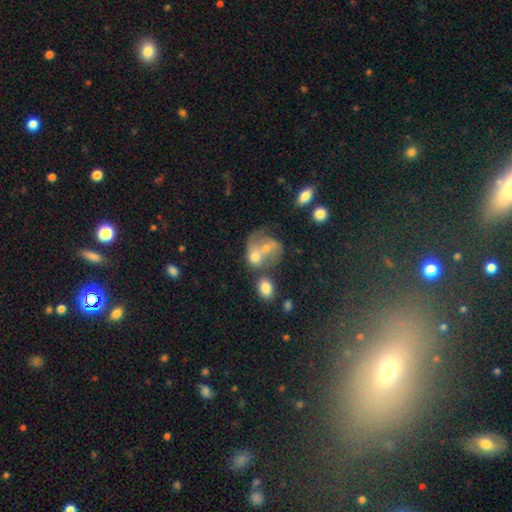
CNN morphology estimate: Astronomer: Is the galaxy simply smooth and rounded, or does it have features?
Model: smooth — 50% (runner-up: featured or disk, 38%).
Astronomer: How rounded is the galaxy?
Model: in between — 50% (runner-up: round, 49%).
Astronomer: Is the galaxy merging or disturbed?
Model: merger — 58%.